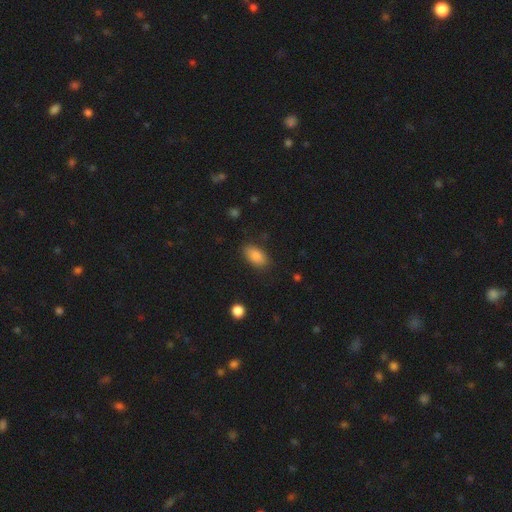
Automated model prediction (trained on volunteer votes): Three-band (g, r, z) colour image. It shows a smooth galaxy with no disk features (87%) that is in between round and cigar-shaped (92%). Merging: none (85%).